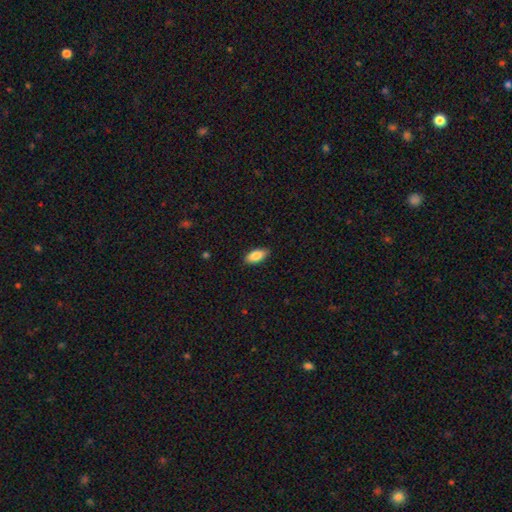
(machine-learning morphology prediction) smooth 87%, featured or disk 7%, star or artifact 6%. Down the decision tree: how rounded — in between (90%); merging — none (88%).